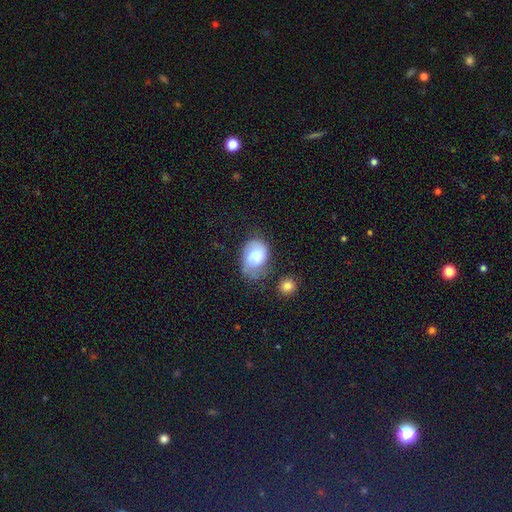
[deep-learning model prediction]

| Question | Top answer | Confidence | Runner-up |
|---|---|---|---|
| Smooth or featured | smooth | 53% | featured or disk (38%) |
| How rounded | in between | 72% | round (27%) |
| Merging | none | 42% | minor disturbance (33%) |